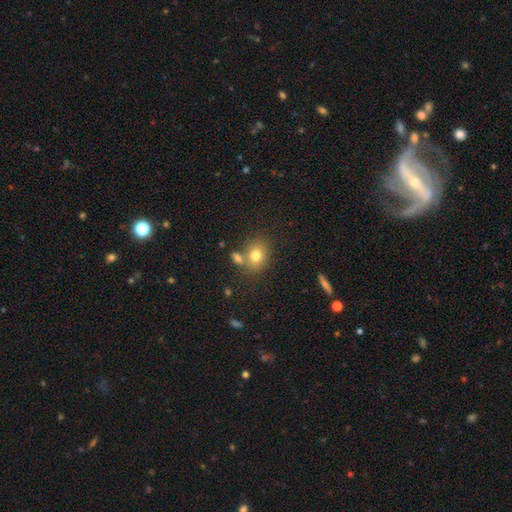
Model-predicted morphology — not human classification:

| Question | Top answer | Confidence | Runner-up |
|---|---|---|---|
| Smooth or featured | smooth | 76% | featured or disk (12%) |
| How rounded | round | 51% | in between (47%) |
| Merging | none | 61% | merger (22%) |